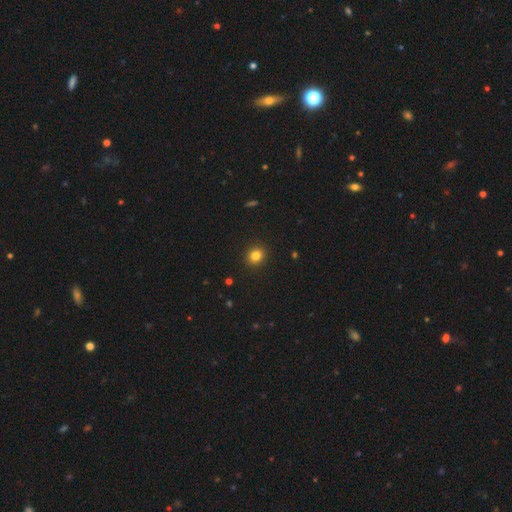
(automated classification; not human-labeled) A smooth galaxy with no disk features (83%) that is round (77%).

Vote fractions:
- Smooth or featured? smooth: 83% / star or artifact: 12% / featured or disk: 5%
- How rounded? round: 77% / in between: 22% / cigar-shaped: 1%
- Merging? none: 92% / minor disturbance: 5% / major disturbance: 2% / merger: 1%